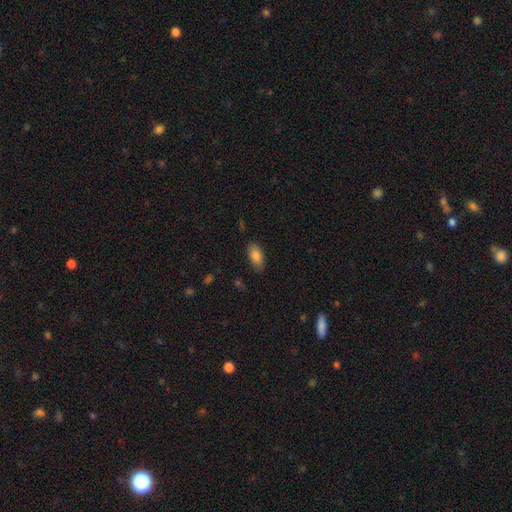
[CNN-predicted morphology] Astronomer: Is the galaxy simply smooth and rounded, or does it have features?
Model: smooth — 83%.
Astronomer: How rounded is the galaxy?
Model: in between — 90%.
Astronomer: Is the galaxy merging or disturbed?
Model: none — 83%.